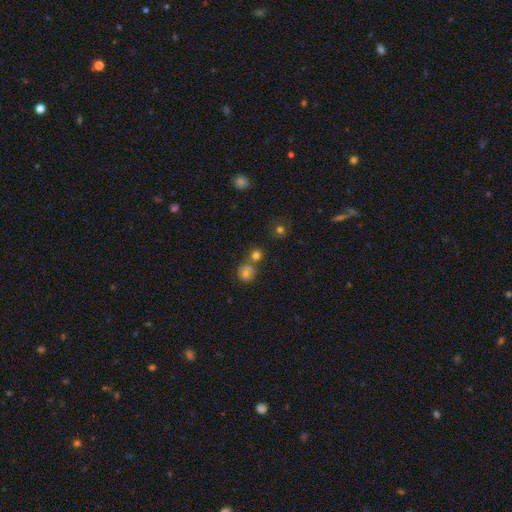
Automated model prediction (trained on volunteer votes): Q: Smooth or featured?
A: smooth (52%); runner-up: star or artifact (36%)
Q: How rounded?
A: round (73%); runner-up: in between (24%)
Q: Merging?
A: none (56%); runner-up: merger (29%)